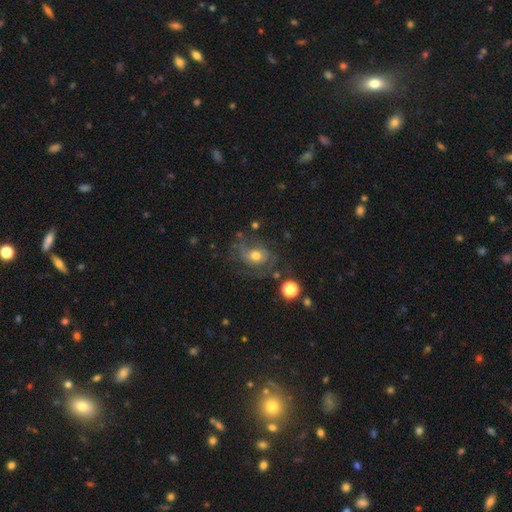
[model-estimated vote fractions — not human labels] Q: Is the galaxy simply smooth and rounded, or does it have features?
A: featured or disk — 59%.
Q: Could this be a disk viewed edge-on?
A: no — 96%.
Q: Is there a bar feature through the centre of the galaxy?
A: no — 73%.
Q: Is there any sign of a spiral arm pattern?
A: yes — 75%.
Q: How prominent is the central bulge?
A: moderate — 67%.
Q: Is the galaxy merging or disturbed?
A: none — 50%.